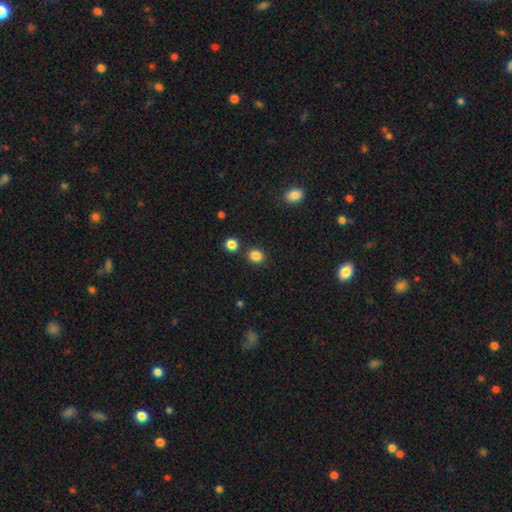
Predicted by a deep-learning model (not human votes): Smooth or featured? smooth (85%)
How rounded? round (68%)
Merging? none (81%)